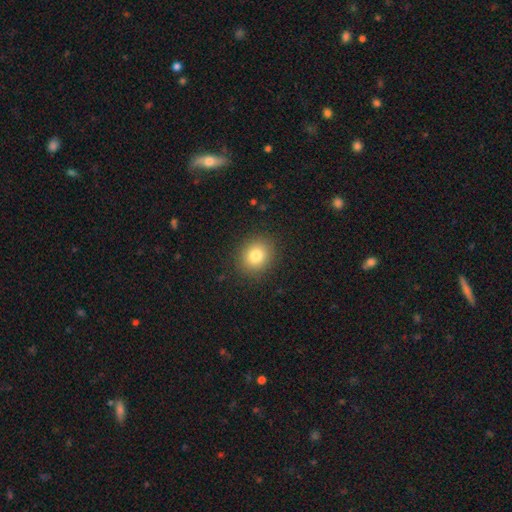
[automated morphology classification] smooth_or_featured: smooth (p=0.81) [alt: star or artifact p=0.11]
how_rounded: round (p=0.75) [alt: in between p=0.24]
merging: none (p=0.89) [alt: minor disturbance p=0.07]